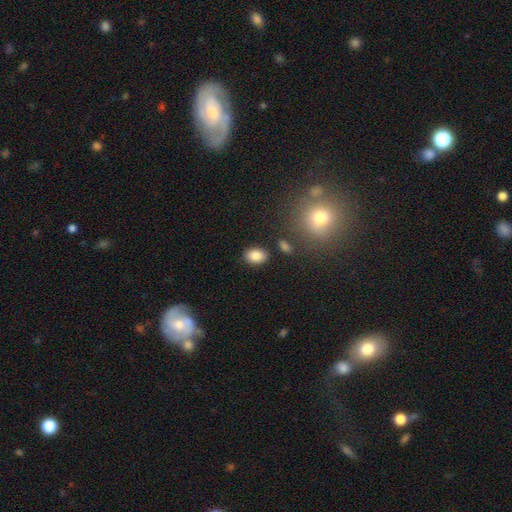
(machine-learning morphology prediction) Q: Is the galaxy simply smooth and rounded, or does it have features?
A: smooth — 85%.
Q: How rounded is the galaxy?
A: in between — 78%.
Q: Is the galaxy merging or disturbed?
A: none — 84%.